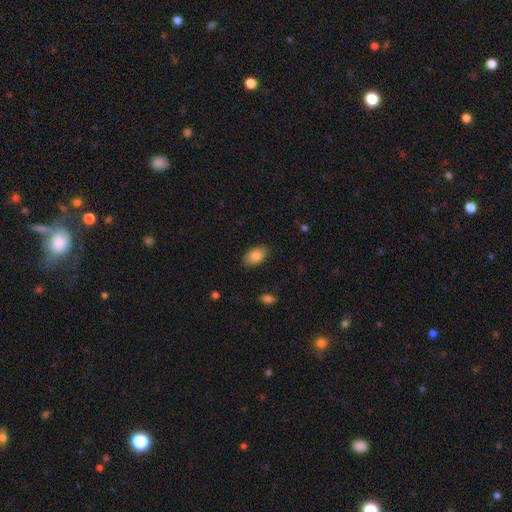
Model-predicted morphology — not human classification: Smooth or featured? Predicted: smooth (p=0.85). How rounded? Predicted: in between (p=0.93). Merging? Predicted: none (p=0.86).